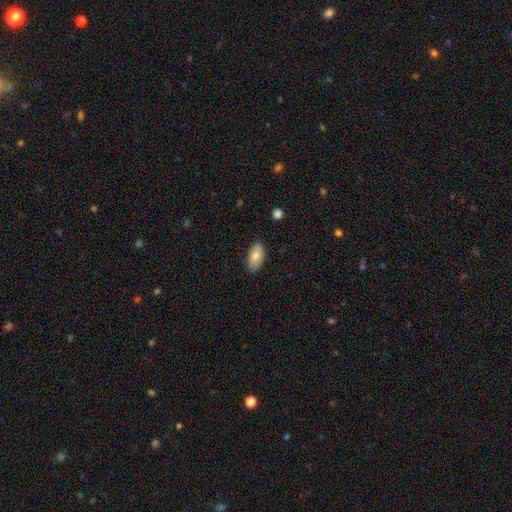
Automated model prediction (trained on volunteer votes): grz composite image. It shows a smooth galaxy with no disk features (81%) that is in between round and cigar-shaped (94%). Merging: none (84%).